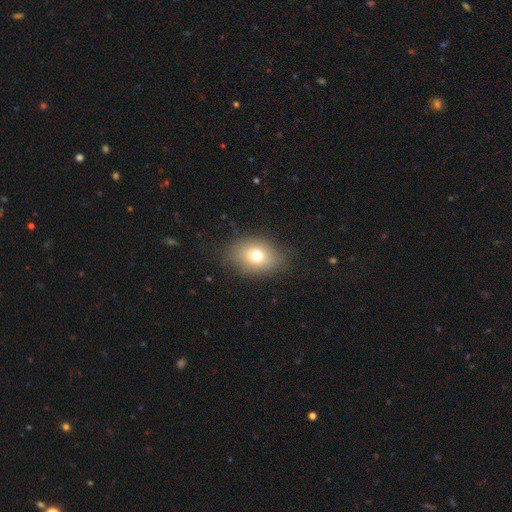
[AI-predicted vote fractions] smooth_or_featured: smooth (p=0.73) [alt: featured or disk p=0.15]
how_rounded: in between (p=0.74) [alt: round p=0.25]
merging: none (p=0.82) [alt: minor disturbance p=0.12]